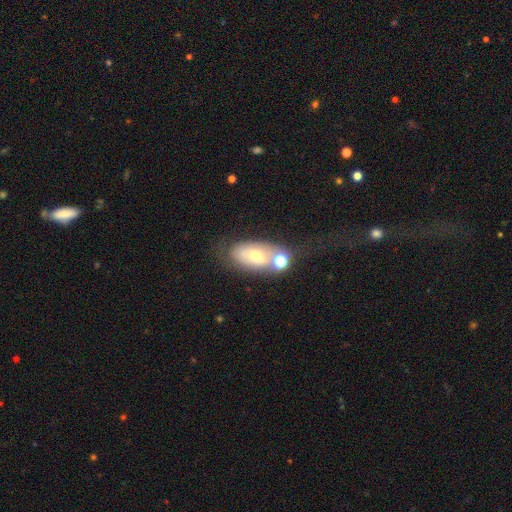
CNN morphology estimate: Smooth or featured: smooth — 51% (featured or disk — 38%)
How rounded: in between — 87% (round — 9%)
Merging: none — 42% (merger — 27%)